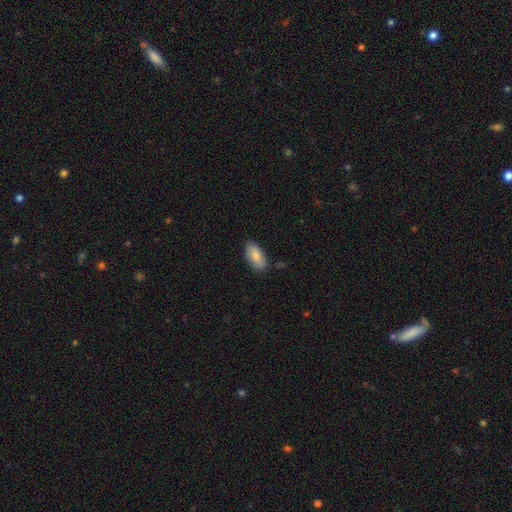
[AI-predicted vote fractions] Q: Smooth or featured?
A: smooth (84%); runner-up: featured or disk (10%)
Q: How rounded?
A: in between (92%); runner-up: cigar-shaped (5%)
Q: Merging?
A: none (80%); runner-up: minor disturbance (15%)